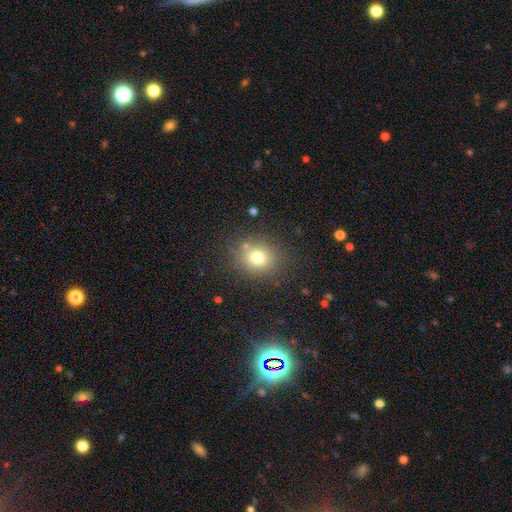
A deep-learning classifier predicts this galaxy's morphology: Smooth or featured? Predicted: smooth (p=0.67). How rounded? Predicted: round (p=0.76). Merging? Predicted: none (p=0.82).